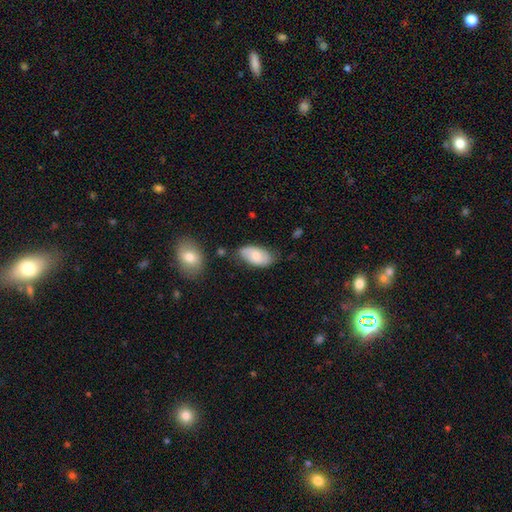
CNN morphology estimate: Q: Smooth or featured?
A: smooth (67%); runner-up: featured or disk (26%)
Q: How rounded?
A: in between (94%); runner-up: round (3%)
Q: Merging?
A: none (69%); runner-up: minor disturbance (22%)